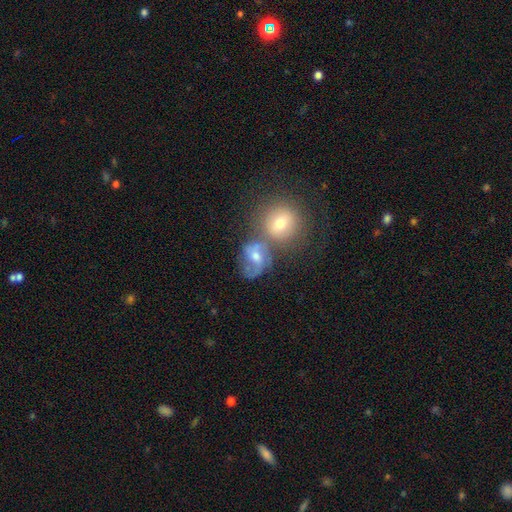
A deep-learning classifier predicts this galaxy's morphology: Smooth or featured?
  - featured or disk: 45% *
  - smooth: 43%
  - star or artifact: 12%
Merging?
  - merger: 40% *
  - none: 37%
  - minor disturbance: 13%
  - major disturbance: 9%